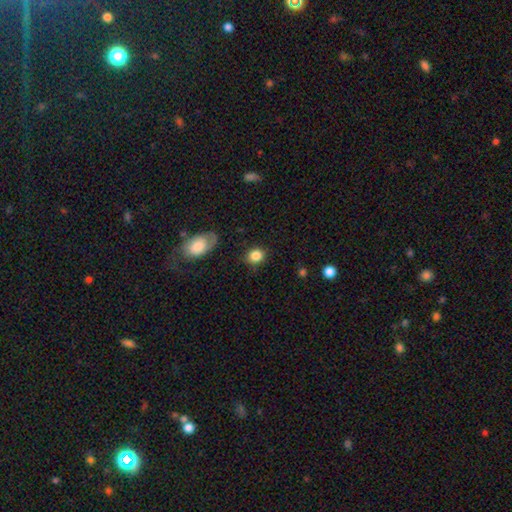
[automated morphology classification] smooth-or-featured: smooth: 85% | star or artifact: 9% | featured or disk: 6%
  how-rounded: round: 73% | in between: 25% | cigar-shaped: 1%
  merging: none: 80% | minor disturbance: 14% | major disturbance: 4% | merger: 2%